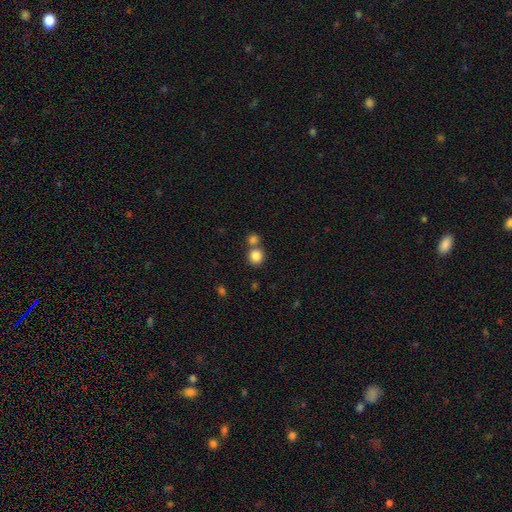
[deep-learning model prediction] This is clearly a smooth galaxy (84%). How rounded: clearly round (87%). Merging: possibly none (57%).